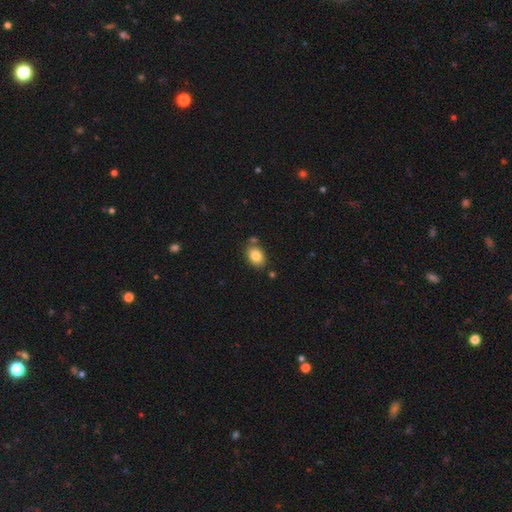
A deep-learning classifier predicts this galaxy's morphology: smooth-or-featured: smooth: 84% | featured or disk: 8% | star or artifact: 8%
  how-rounded: in between: 78% | round: 21% | cigar-shaped: 1%
  merging: none: 75% | minor disturbance: 13% | merger: 9% | major disturbance: 3%